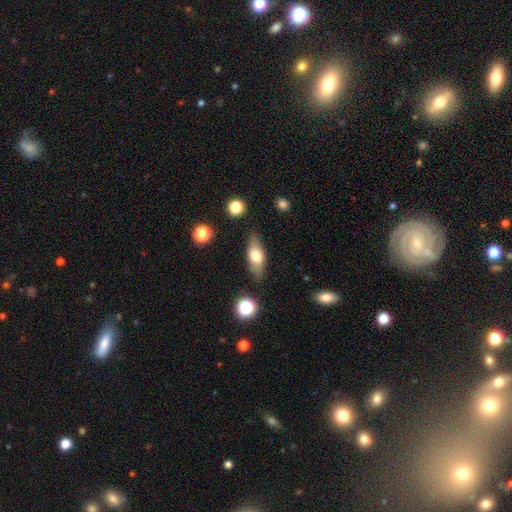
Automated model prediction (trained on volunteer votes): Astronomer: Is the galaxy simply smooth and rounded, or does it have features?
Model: smooth — 65%.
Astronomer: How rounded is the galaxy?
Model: in between — 72%.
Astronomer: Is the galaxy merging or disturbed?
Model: none — 83%.